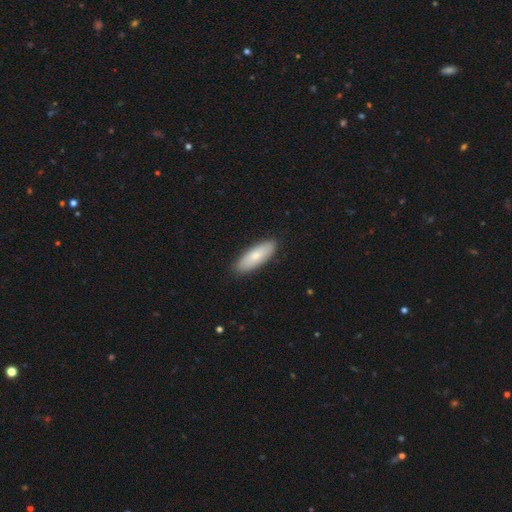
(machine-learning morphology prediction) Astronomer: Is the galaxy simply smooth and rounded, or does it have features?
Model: smooth — 76%.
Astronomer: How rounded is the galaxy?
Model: in between — 63%.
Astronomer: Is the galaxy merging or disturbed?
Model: none — 89%.